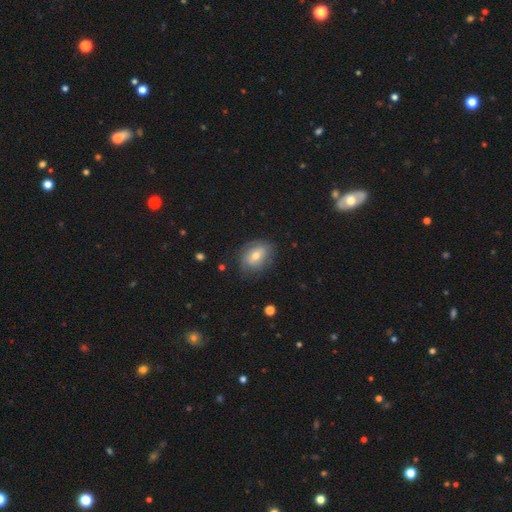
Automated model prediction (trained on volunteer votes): Smooth or featured? smooth (48%)
Merging? none (68%)